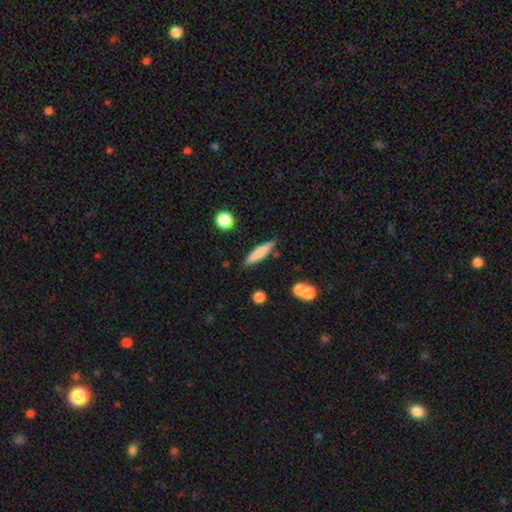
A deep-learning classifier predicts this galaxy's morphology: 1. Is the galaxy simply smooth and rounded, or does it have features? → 72% smooth, 22% featured or disk, 6% star or artifact.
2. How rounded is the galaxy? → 85% cigar-shaped, 13% in between, 2% round.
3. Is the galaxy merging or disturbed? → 84% none, 10% minor disturbance, 4% merger, 2% major disturbance.